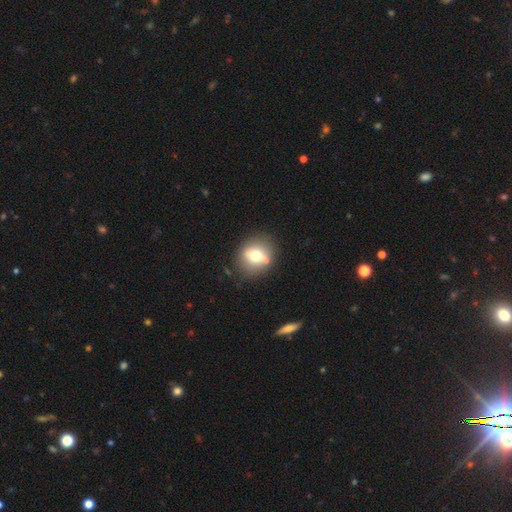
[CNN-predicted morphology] Q: Smooth or featured?
A: smooth (64%); runner-up: featured or disk (26%)
Q: How rounded?
A: round (73%); runner-up: in between (26%)
Q: Merging?
A: none (78%); runner-up: minor disturbance (11%)